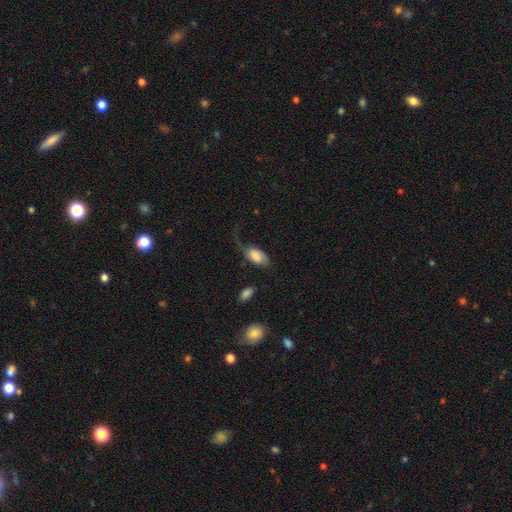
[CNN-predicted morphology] Smooth or featured?
  - smooth: 57% *
  - featured or disk: 35%
  - star or artifact: 8%
How rounded?
  - in between: 91% *
  - round: 6%
  - cigar-shaped: 3%
Merging?
  - major disturbance: 43% *
  - none: 29%
  - minor disturbance: 23%
  - merger: 5%